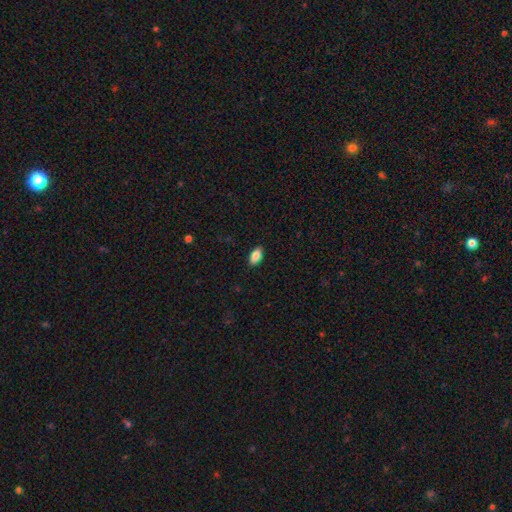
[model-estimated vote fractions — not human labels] This is clearly a smooth galaxy (87%). How rounded: clearly in between (93%). Merging: clearly none (89%).